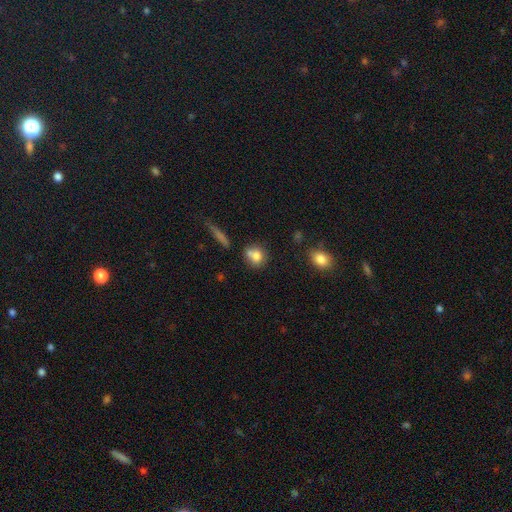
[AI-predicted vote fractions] Smooth or featured?
  - smooth: 76% *
  - featured or disk: 14%
  - star or artifact: 10%
How rounded?
  - round: 74% *
  - in between: 23%
  - cigar-shaped: 2%
Merging?
  - none: 50% *
  - merger: 32%
  - minor disturbance: 13%
  - major disturbance: 5%